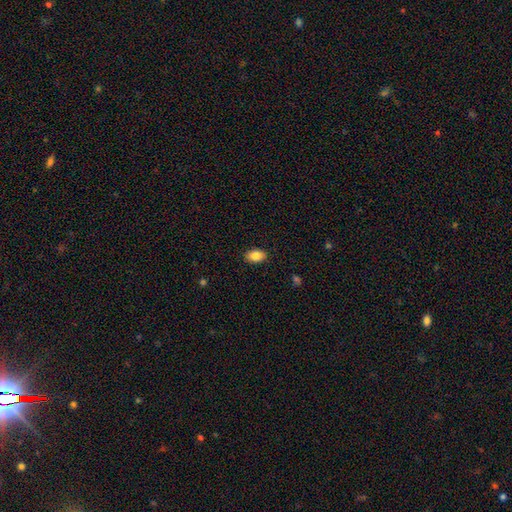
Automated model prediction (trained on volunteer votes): A smooth galaxy with no disk features (86%) that is in between round and cigar-shaped (88%).

Vote fractions:
- Smooth or featured? smooth: 86% / star or artifact: 8% / featured or disk: 6%
- How rounded? in between: 88% / round: 11% / cigar-shaped: 1%
- Merging? none: 88% / minor disturbance: 9% / major disturbance: 2% / merger: 1%